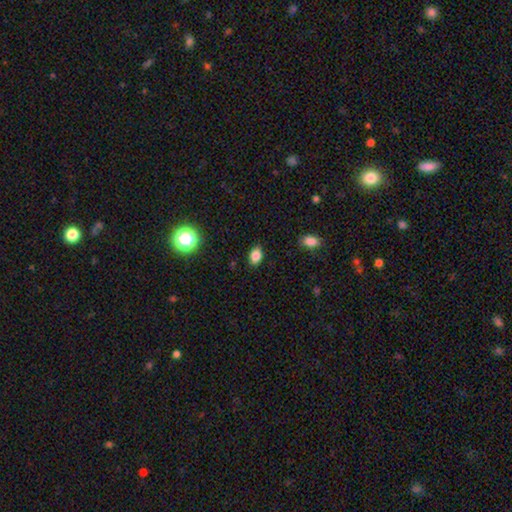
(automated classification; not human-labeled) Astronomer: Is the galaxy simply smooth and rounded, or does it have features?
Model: smooth — 83%.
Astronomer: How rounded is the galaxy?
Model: in between — 81%.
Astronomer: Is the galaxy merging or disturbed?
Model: none — 87%.